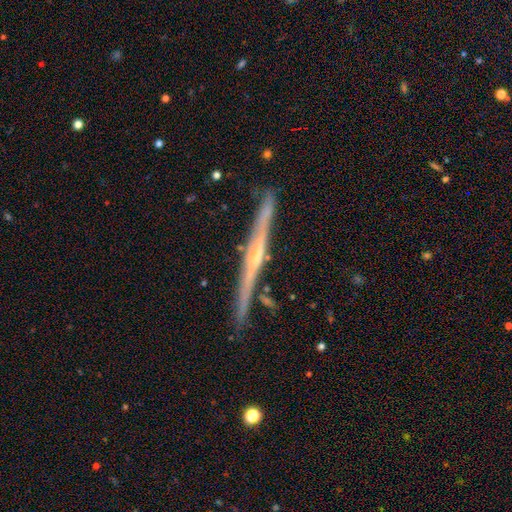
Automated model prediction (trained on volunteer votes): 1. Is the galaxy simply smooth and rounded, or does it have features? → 81% featured or disk, 14% smooth, 6% star or artifact.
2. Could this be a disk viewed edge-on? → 98% yes, 2% no.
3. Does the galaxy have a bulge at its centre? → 61% rounded, 31% none, 8% boxy.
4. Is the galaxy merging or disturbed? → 87% none, 9% minor disturbance, 2% merger, 2% major disturbance.